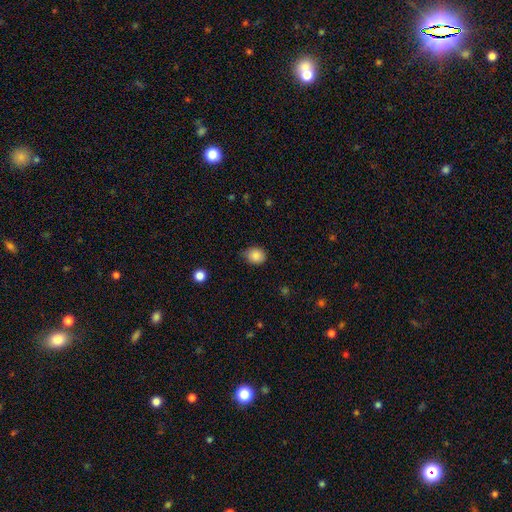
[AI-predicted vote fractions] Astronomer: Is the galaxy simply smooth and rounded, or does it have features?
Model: smooth — 85%.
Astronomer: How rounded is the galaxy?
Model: round — 64%.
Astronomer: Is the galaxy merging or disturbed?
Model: none — 73%.